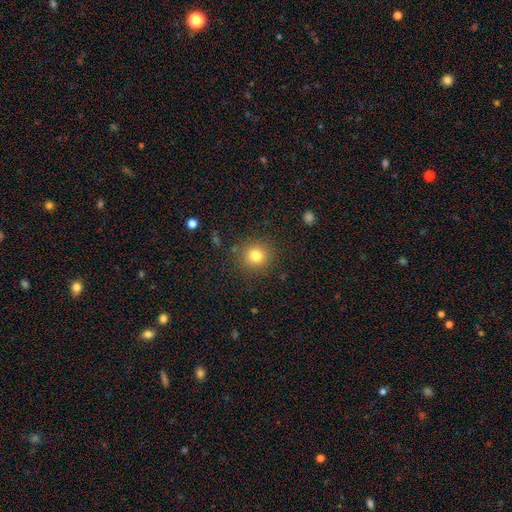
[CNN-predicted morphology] Smooth or featured? smooth (79%)
How rounded? round (92%)
Merging? none (87%)